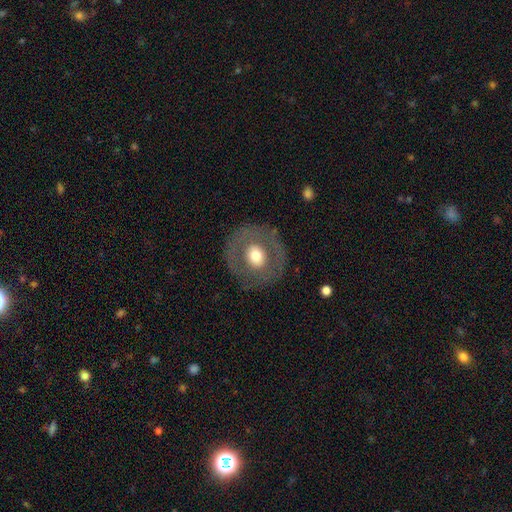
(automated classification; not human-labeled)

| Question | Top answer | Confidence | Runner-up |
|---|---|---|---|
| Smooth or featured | smooth | 49% | featured or disk (44%) |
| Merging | none | 81% | minor disturbance (11%) |